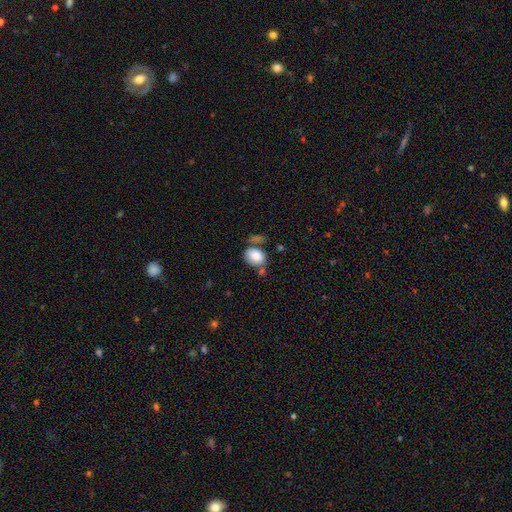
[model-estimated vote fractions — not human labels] smooth 83%, featured or disk 9%, star or artifact 8%. Down the decision tree: how rounded — in between (63%); merging — none (55%).